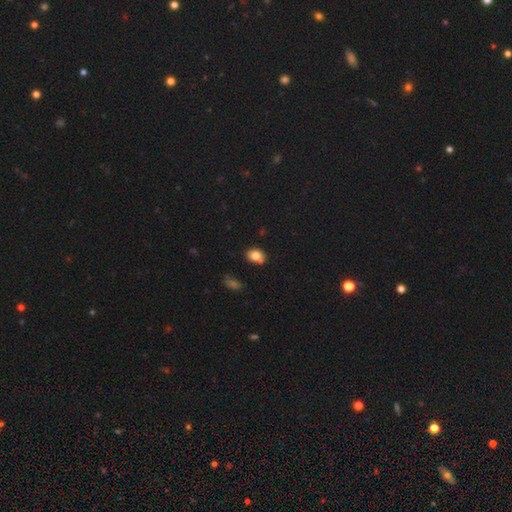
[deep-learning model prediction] Smooth or featured? Predicted: smooth (p=0.80). How rounded? Predicted: in between (p=0.70). Merging? Predicted: none (p=0.70).